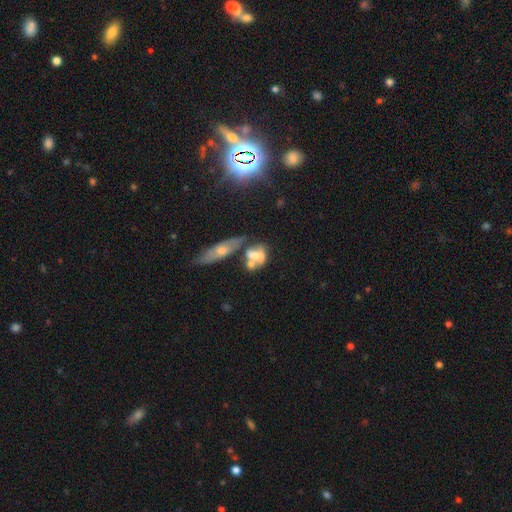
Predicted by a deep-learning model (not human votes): The model was most divided on "smooth or featured": smooth: 52%, featured or disk: 37%, star or artifact: 11%. More confident: how rounded — in between (65%); merging — merger (51%).